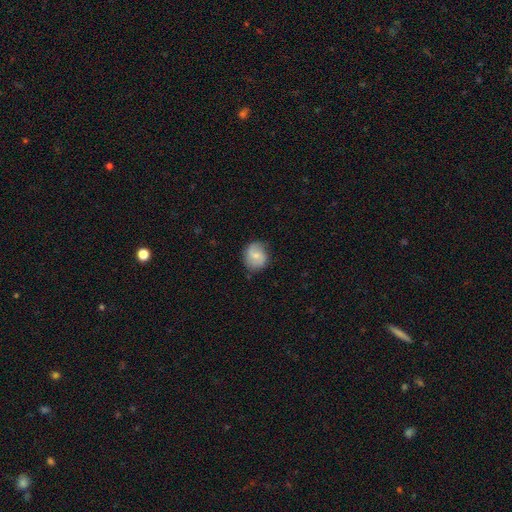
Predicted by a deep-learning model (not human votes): Q: Smooth or featured?
A: smooth (56%); runner-up: featured or disk (37%)
Q: How rounded?
A: round (71%); runner-up: in between (28%)
Q: Merging?
A: none (70%); runner-up: minor disturbance (23%)